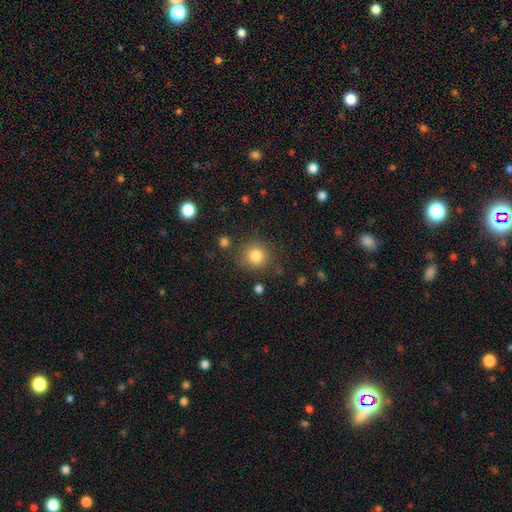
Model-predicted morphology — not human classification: smooth 83%, star or artifact 11%, featured or disk 6%. Down the decision tree: how rounded — round (91%); merging — none (82%).